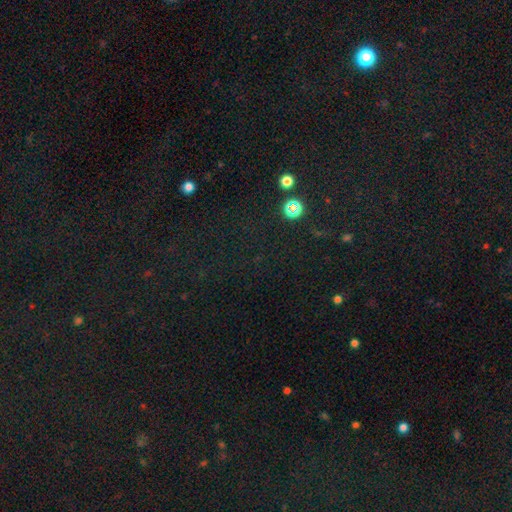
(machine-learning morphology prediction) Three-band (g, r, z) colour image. It shows a star or artifact, not a galaxy (77%).